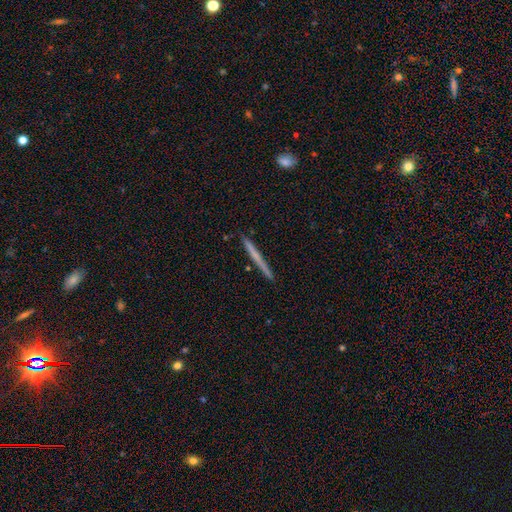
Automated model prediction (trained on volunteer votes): This is possibly a smooth galaxy (52%). How rounded: clearly cigar-shaped (97%). Merging: clearly none (91%).